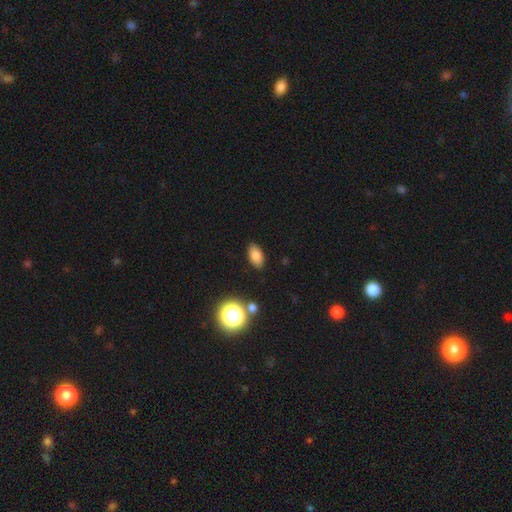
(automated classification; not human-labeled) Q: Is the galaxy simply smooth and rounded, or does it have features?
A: smooth — 81%.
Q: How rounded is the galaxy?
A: in between — 90%.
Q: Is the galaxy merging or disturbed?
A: none — 87%.